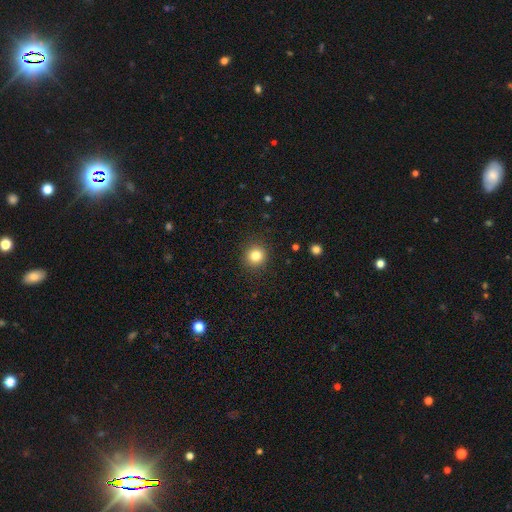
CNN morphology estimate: Smooth or featured: smooth — 82% (star or artifact — 12%)
How rounded: round — 92% (in between — 7%)
Merging: none — 91% (minor disturbance — 6%)